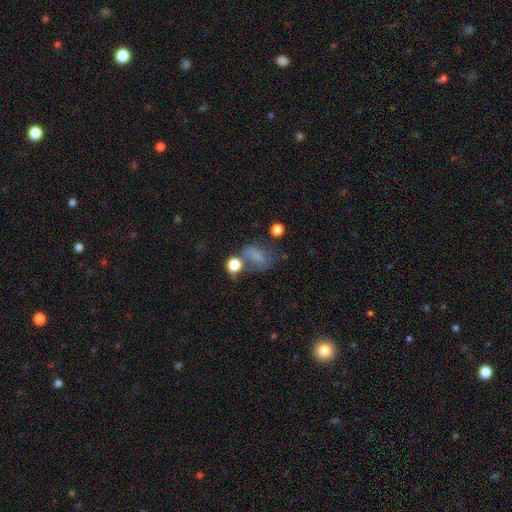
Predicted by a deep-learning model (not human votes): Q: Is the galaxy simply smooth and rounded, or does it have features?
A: smooth — 60%.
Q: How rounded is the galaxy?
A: in between — 68%.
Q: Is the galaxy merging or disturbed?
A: none — 36%.